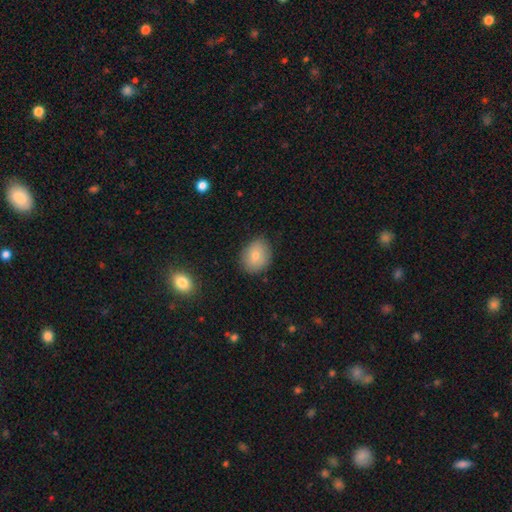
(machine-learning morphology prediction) Overall: smooth (79%). How rounded: round (50%; in between 49%). Merging: none (83%).